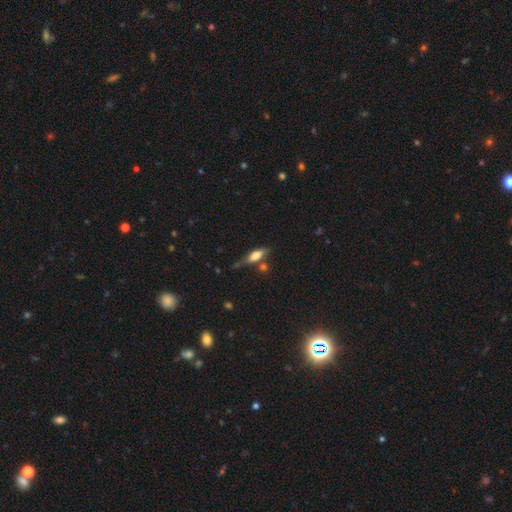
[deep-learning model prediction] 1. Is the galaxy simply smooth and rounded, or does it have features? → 62% smooth, 29% featured or disk, 8% star or artifact.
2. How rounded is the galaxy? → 62% in between, 34% cigar-shaped, 4% round.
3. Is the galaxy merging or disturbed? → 56% none, 23% minor disturbance, 14% merger, 8% major disturbance.